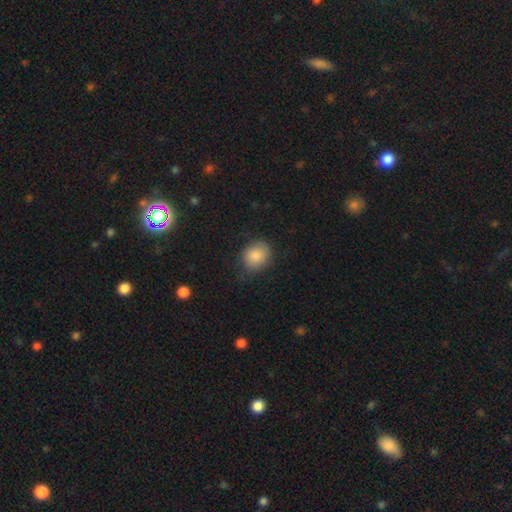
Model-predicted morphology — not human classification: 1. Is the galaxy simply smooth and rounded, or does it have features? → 86% smooth, 8% star or artifact, 7% featured or disk.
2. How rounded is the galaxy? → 69% round, 30% in between, 1% cigar-shaped.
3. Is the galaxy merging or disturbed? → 71% none, 22% minor disturbance, 5% major disturbance, 1% merger.